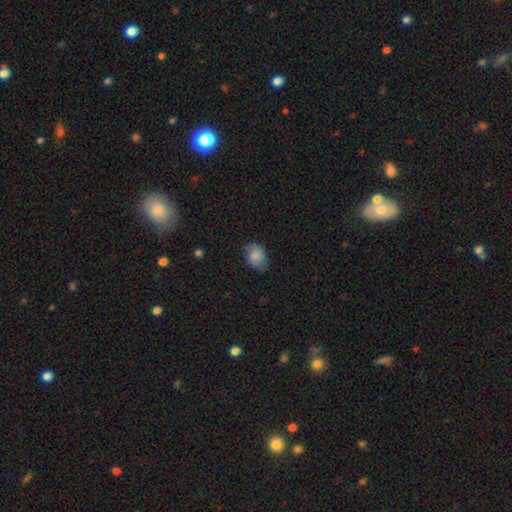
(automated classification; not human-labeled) This appears to be a smooth galaxy with no disk features (83%) that is in between round and cigar-shaped (70%). Merging: none (69%).